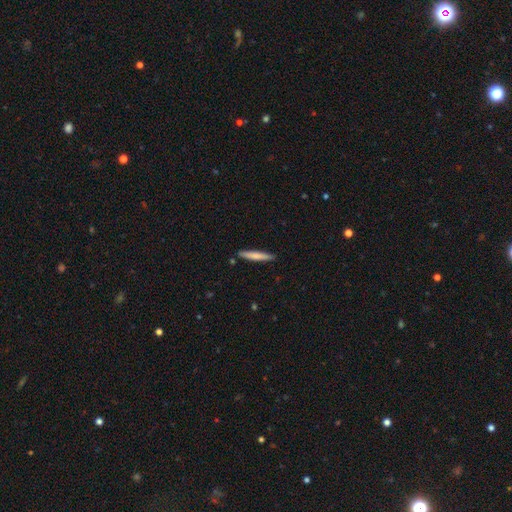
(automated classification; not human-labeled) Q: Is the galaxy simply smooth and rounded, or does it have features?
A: smooth — 70%.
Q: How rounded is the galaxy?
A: cigar-shaped — 94%.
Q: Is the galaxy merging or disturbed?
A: none — 88%.